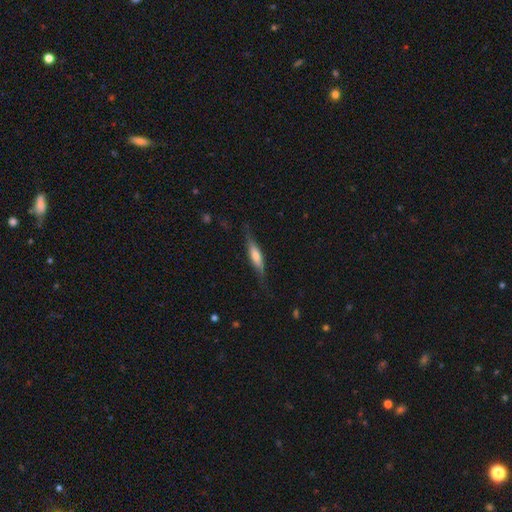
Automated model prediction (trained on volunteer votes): This appears to be a featured or disk galaxy (48%). Merging: none (74%).